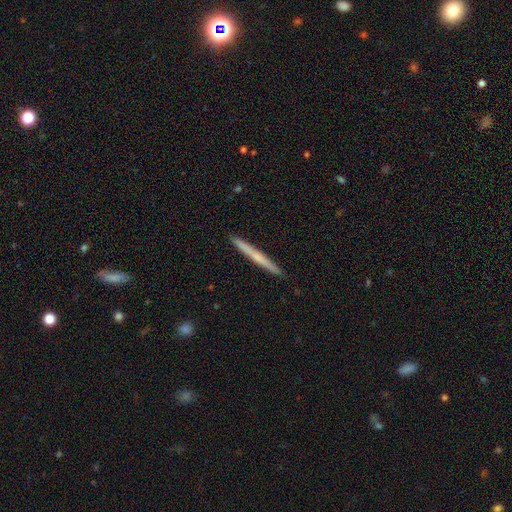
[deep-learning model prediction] smooth 49%, featured or disk 46%, star or artifact 5%. Down the decision tree: merging — none (92%).